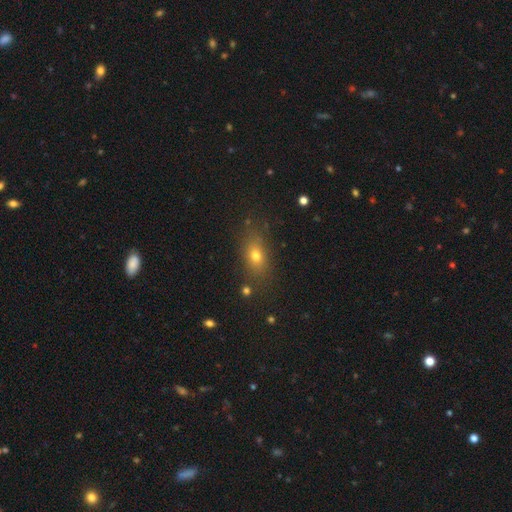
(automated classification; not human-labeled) Overall: smooth (72%). How rounded: in between (72%). Merging: none (78%).